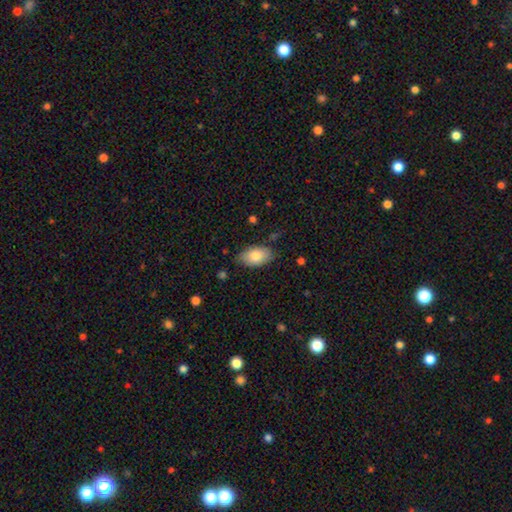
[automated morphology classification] Smooth or featured: smooth — 80% (featured or disk — 13%)
How rounded: in between — 93% (round — 6%)
Merging: none — 79% (minor disturbance — 17%)